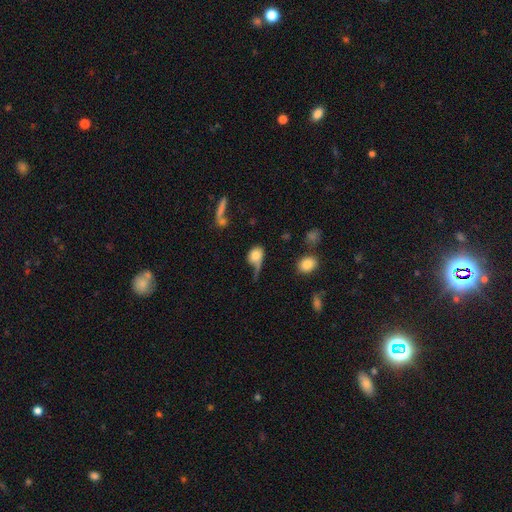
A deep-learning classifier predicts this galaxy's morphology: Smooth or featured: smooth — 73% (featured or disk — 18%)
How rounded: in between — 52% (round — 45%)
Merging: major disturbance — 36% (none — 27%)